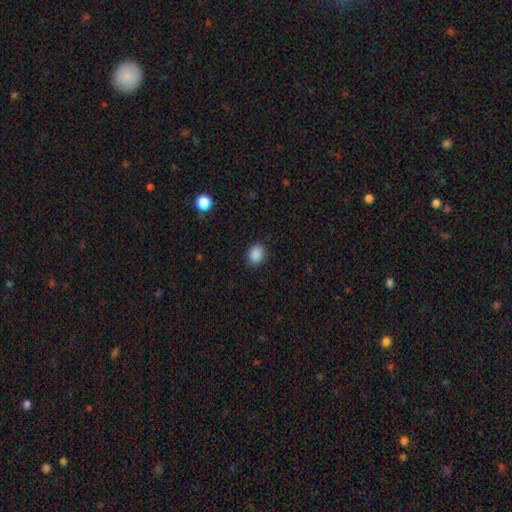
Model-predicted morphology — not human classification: A smooth galaxy with no disk features (88%) that is in between round and cigar-shaped (55%). Merging: none (86%).